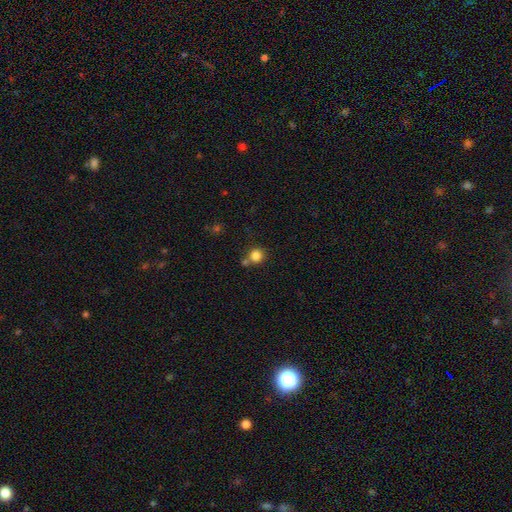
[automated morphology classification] smooth_or_featured: smooth (p=0.83) [alt: star or artifact p=0.11]
how_rounded: round (p=0.90) [alt: in between p=0.09]
merging: none (p=0.66) [alt: merger p=0.20]